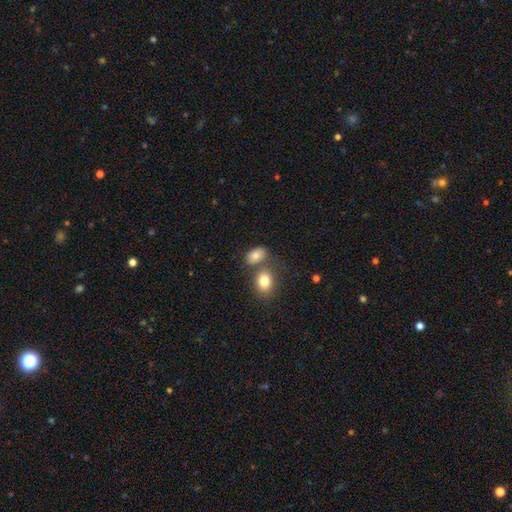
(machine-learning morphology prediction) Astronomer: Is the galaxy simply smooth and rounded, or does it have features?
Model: smooth — 79%.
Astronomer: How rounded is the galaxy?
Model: in between — 81%.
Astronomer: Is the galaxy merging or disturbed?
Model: none — 52% (runner-up: merger, 31%).